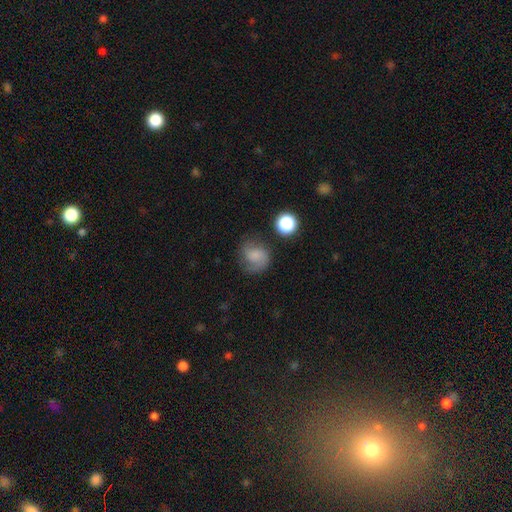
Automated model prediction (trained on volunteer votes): smooth 47%, featured or disk 41%, star or artifact 12%. Down the decision tree: merging — none (59%).